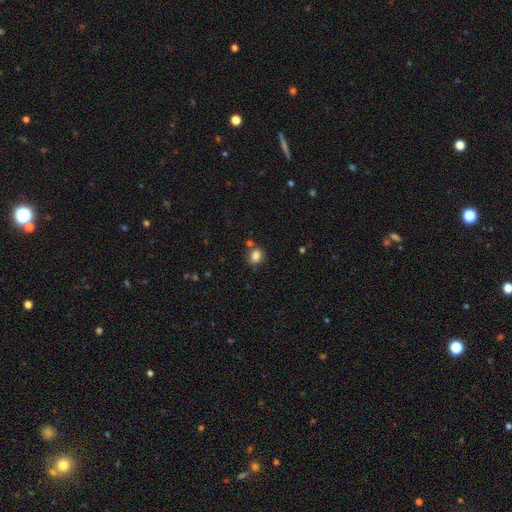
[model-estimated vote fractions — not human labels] Smooth or featured: smooth — 82% (star or artifact — 11%)
How rounded: round — 58% (in between — 41%)
Merging: none — 70% (merger — 14%)